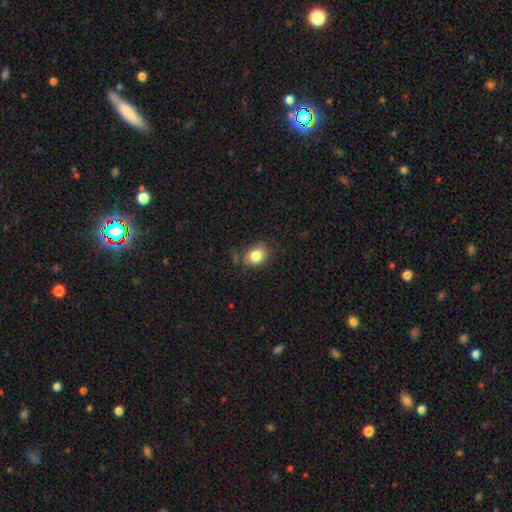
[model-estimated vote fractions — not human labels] smooth-or-featured: smooth: 83% | star or artifact: 10% | featured or disk: 7%
  how-rounded: in between: 56% | round: 43% | cigar-shaped: 1%
  merging: none: 72% | minor disturbance: 20% | major disturbance: 5% | merger: 4%